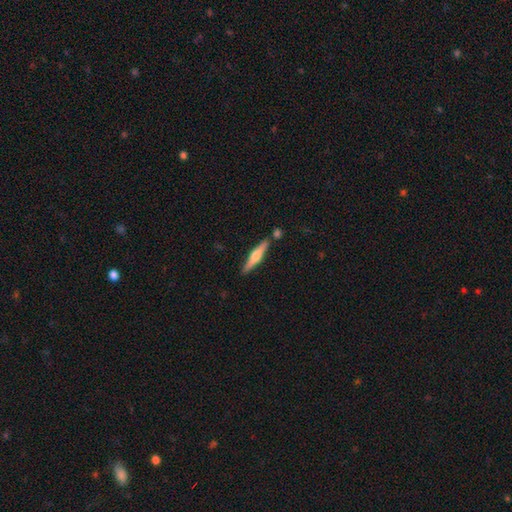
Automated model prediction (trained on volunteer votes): Smooth or featured? featured or disk (55%)
Edge-on disk? yes (97%)
Edge-on bulge? rounded (86%)
Merging? none (83%)